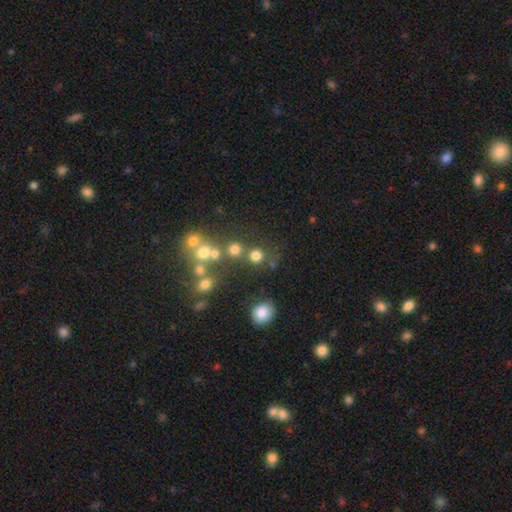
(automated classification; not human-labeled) The model was most divided on "merging": none: 70%, merger: 17%, minor disturbance: 8%, major disturbance: 5%. More confident: how rounded — round (91%); smooth or featured — smooth (74%).